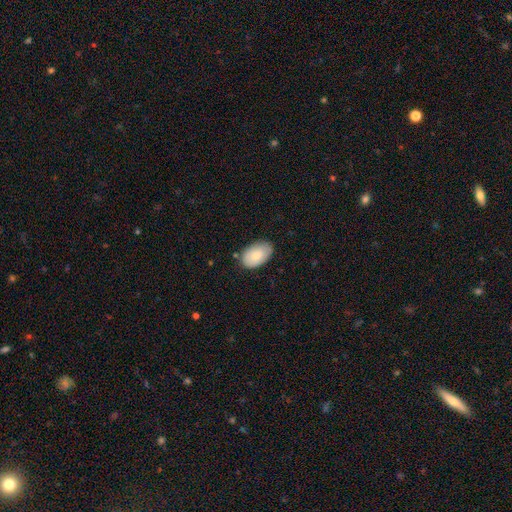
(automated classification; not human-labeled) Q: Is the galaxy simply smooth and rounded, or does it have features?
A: smooth — 77%.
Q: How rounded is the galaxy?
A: in between — 92%.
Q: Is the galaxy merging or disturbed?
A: none — 78%.